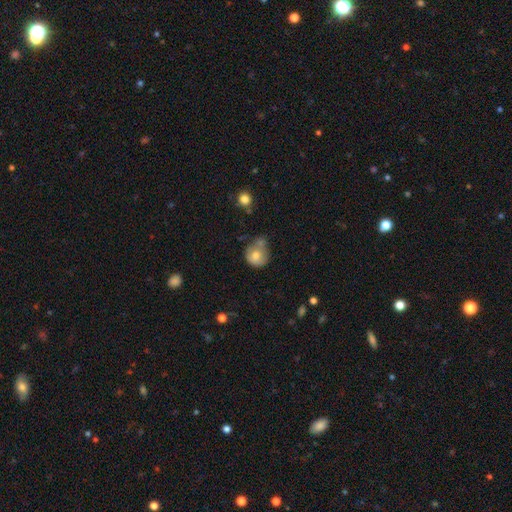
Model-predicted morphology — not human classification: type=smooth (70%); roundness=round (72%); merging=none (35%).